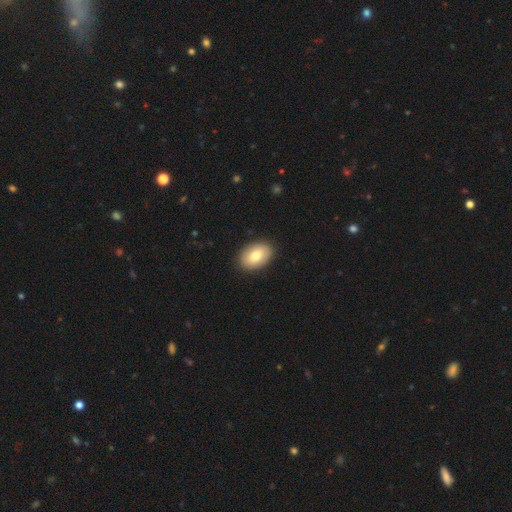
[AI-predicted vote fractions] Q: Smooth or featured?
A: smooth (78%); runner-up: featured or disk (15%)
Q: How rounded?
A: in between (89%); runner-up: round (10%)
Q: Merging?
A: none (90%); runner-up: minor disturbance (8%)